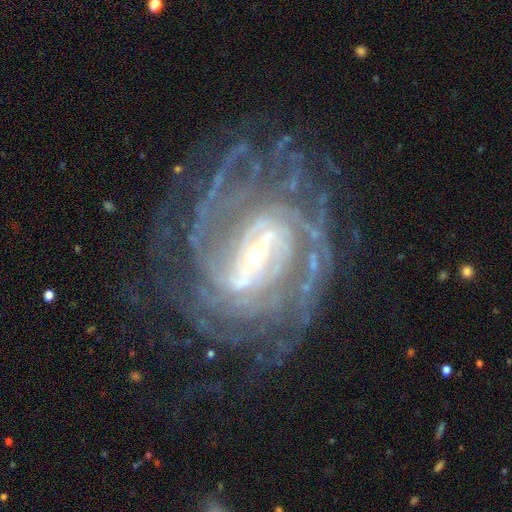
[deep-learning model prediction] Morphology: type=featured or disk (92%); edge-on=no (97%); bar=strong (51%); spiral arms=yes (98%); winding=tight (66%); arm count=can't tell (21%, tied with 4); bulge=small (73%); merging=none (71%).